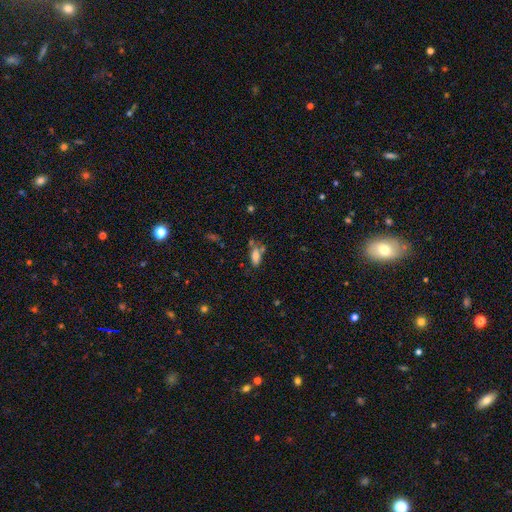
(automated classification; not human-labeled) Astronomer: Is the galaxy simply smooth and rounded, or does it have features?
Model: smooth — 77%.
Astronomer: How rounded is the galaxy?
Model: in between — 82%.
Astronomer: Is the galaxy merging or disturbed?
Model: none — 51%.